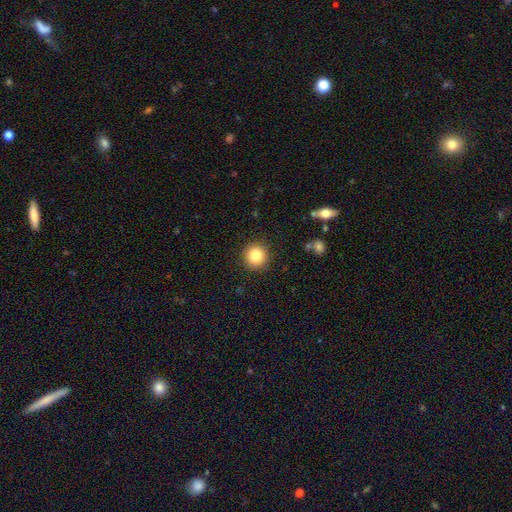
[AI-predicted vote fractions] smooth_or_featured: smooth (p=0.84) [alt: star or artifact p=0.10]
how_rounded: round (p=0.95) [alt: in between p=0.04]
merging: none (p=0.91) [alt: minor disturbance p=0.06]